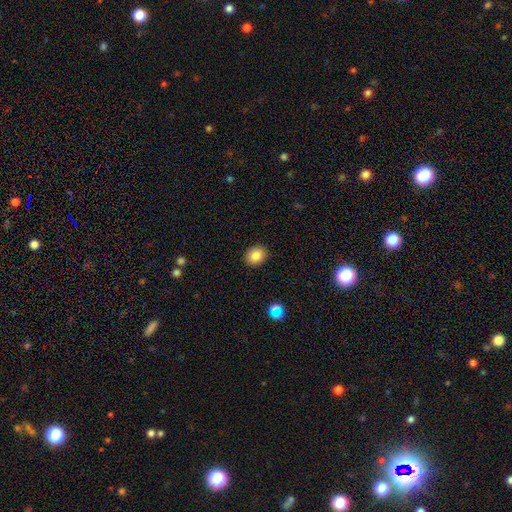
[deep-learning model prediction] This appears to be a smooth galaxy with no disk features (85%) that is round (60%). Merging: none (90%).